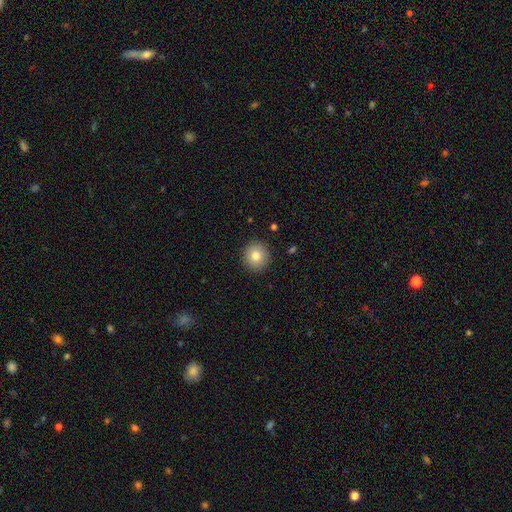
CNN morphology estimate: A smooth galaxy with no disk features (81%) that is round (89%). Merging: none (91%).